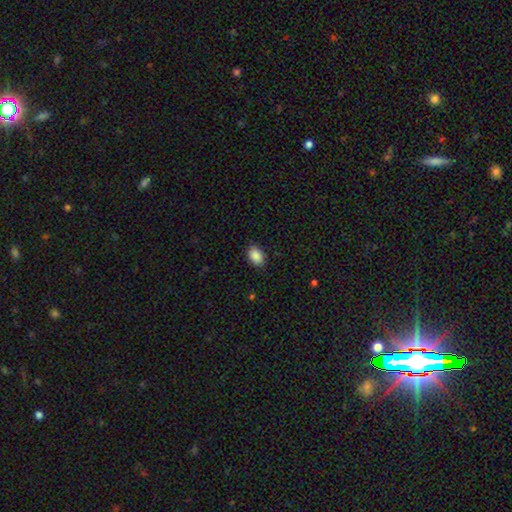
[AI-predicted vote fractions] The model was most divided on "how rounded": in between: 81%, round: 18%, cigar-shaped: 1%. More confident: smooth or featured — smooth (89%); merging — none (87%).